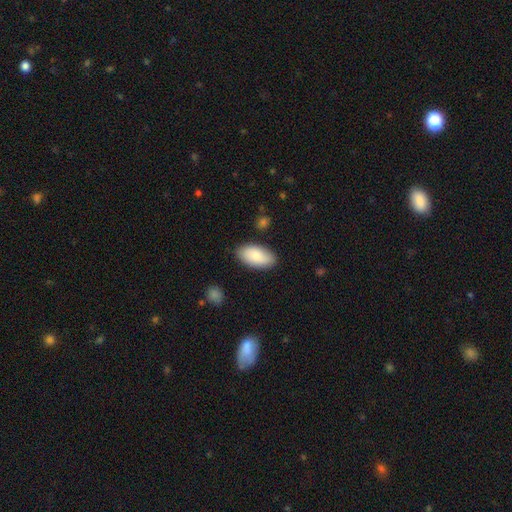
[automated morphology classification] The model was most divided on "smooth or featured": smooth: 82%, featured or disk: 12%, star or artifact: 6%. More confident: how rounded — in between (95%); merging — none (84%).